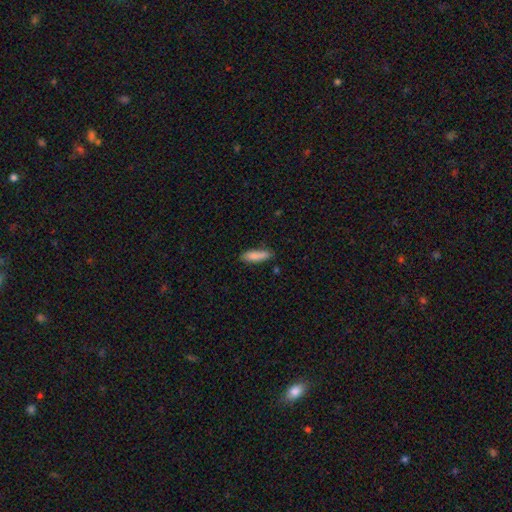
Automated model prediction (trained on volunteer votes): This appears to be a smooth galaxy with no disk features (85%) that is cigar-shaped (58%). Merging: none (77%).